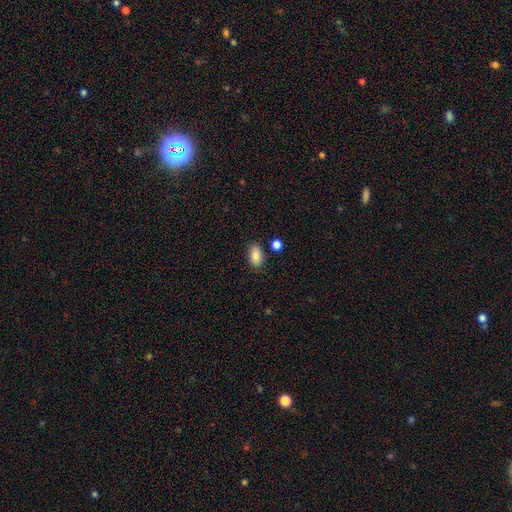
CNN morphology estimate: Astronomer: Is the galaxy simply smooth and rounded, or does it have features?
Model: smooth — 87%.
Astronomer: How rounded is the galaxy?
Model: in between — 91%.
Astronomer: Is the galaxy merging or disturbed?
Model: none — 81%.